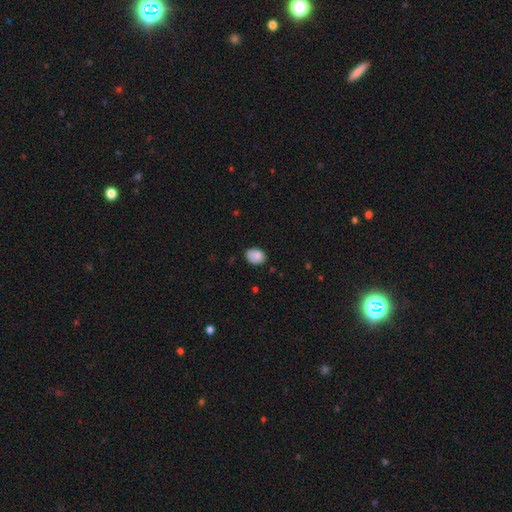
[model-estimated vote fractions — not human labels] Overall: smooth (85%). How rounded: in between (67%; round 32%). Merging: none (71%).